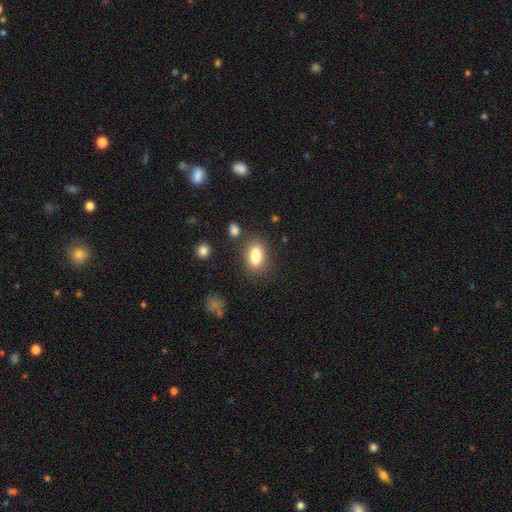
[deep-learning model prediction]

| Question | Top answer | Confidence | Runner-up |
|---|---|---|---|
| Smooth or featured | smooth | 84% | star or artifact (8%) |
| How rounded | in between | 87% | round (8%) |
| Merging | none | 80% | minor disturbance (12%) |